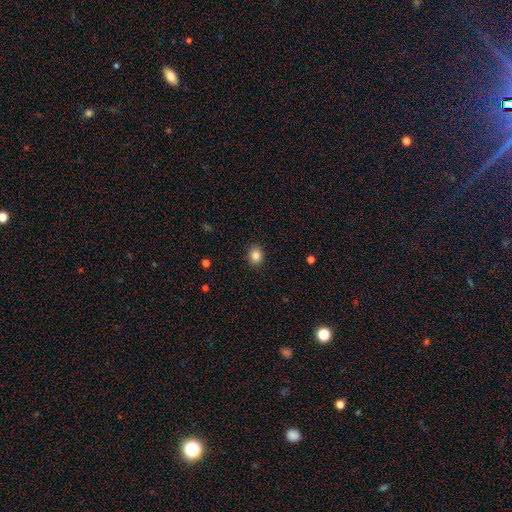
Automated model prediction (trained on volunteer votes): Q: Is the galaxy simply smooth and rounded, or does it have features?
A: smooth — 85%.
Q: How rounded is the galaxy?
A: round — 54%.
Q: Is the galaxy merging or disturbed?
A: none — 89%.